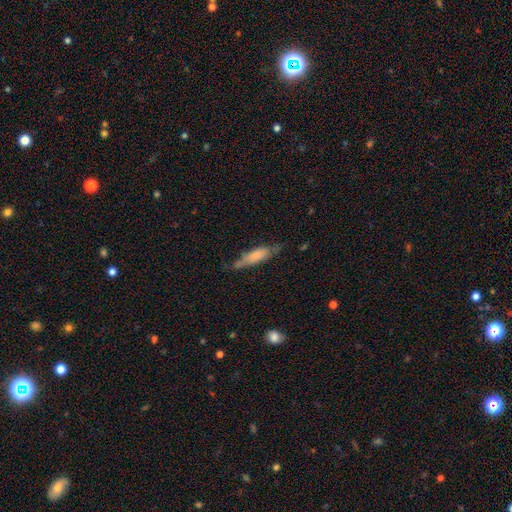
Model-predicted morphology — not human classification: type=smooth (64%); roundness=cigar-shaped (70%); merging=none (61%).